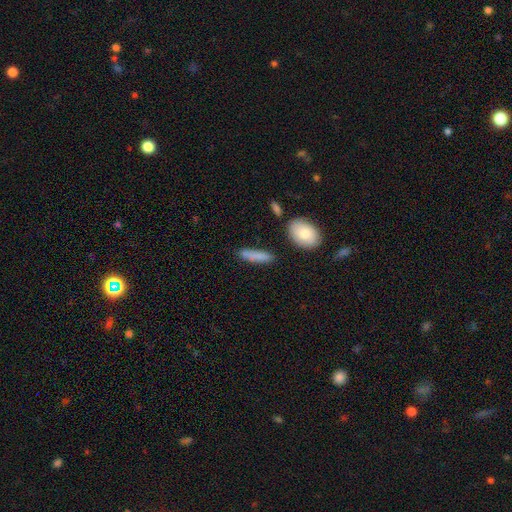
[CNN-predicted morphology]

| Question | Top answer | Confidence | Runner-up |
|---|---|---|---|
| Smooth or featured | smooth | 81% | featured or disk (12%) |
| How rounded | cigar-shaped | 73% | in between (24%) |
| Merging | none | 76% | minor disturbance (14%) |